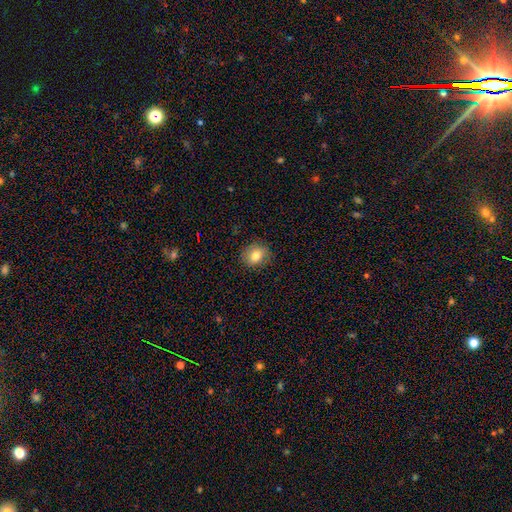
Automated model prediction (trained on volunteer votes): Q: Smooth or featured?
A: smooth (79%); runner-up: featured or disk (11%)
Q: How rounded?
A: round (64%); runner-up: in between (35%)
Q: Merging?
A: none (86%); runner-up: minor disturbance (10%)